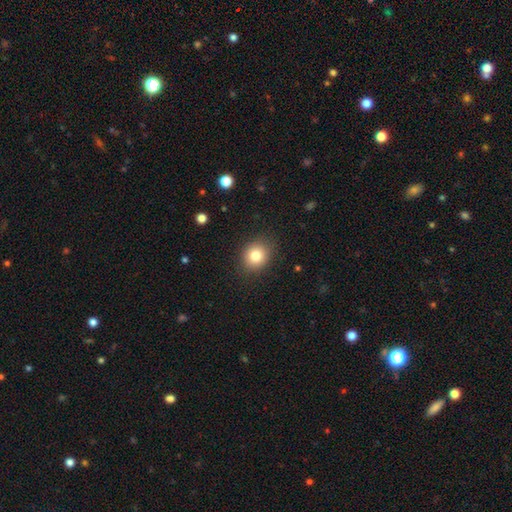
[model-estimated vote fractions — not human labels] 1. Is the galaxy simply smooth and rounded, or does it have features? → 81% smooth, 11% star or artifact, 8% featured or disk.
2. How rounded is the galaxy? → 71% round, 28% in between, 1% cigar-shaped.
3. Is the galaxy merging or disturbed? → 87% none, 9% minor disturbance, 3% major disturbance, 1% merger.